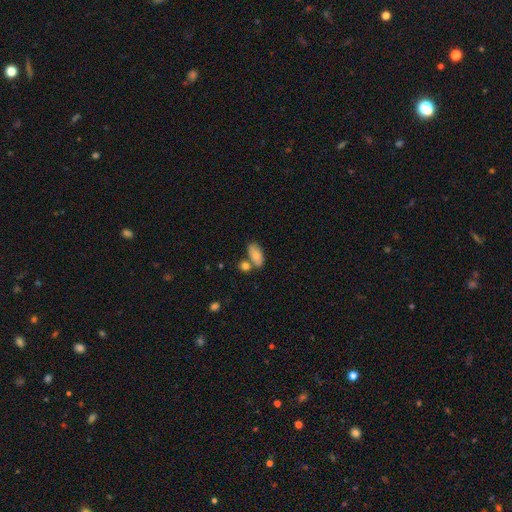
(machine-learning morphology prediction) This is clearly a smooth galaxy (83%). How rounded: clearly in between (90%). Merging: possibly none (54%).